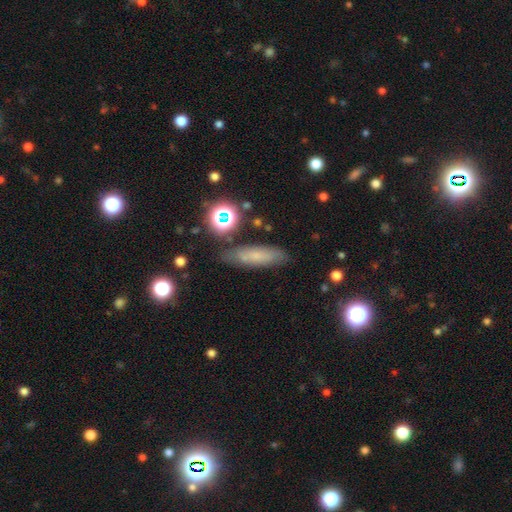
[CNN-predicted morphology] This appears to be a smooth galaxy with no disk features (61%) that is cigar-shaped (57%). Merging: none (77%).